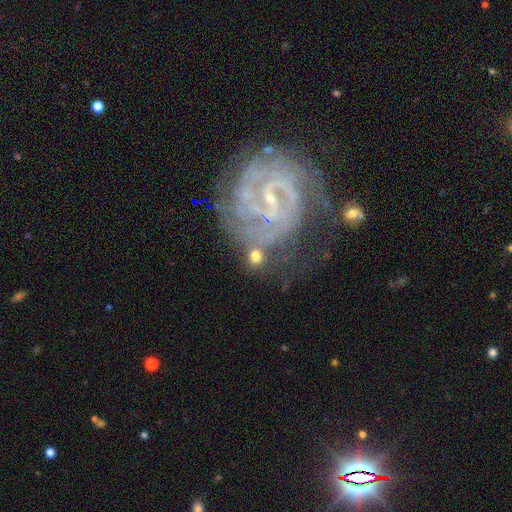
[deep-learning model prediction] Q: Smooth or featured?
A: smooth (44%); runner-up: featured or disk (43%)
Q: Merging?
A: none (65%); runner-up: minor disturbance (15%)